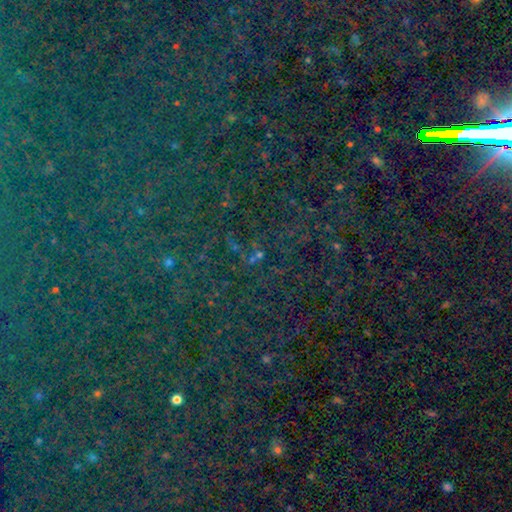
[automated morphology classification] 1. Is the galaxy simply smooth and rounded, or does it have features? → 85% star or artifact, 8% smooth, 6% featured or disk.